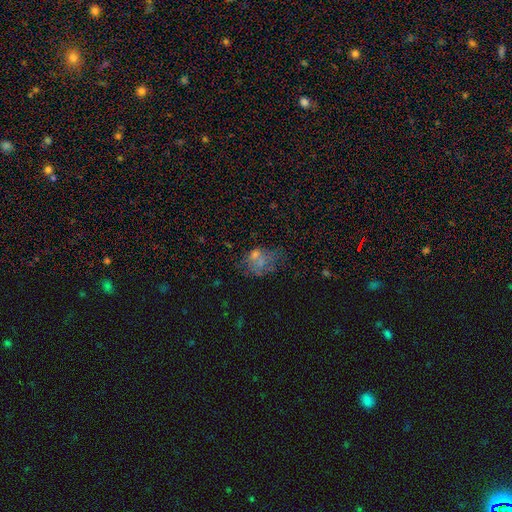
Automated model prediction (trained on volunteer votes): Smooth or featured: smooth — 41% (featured or disk — 33%)
Merging: none — 39% (major disturbance — 27%)